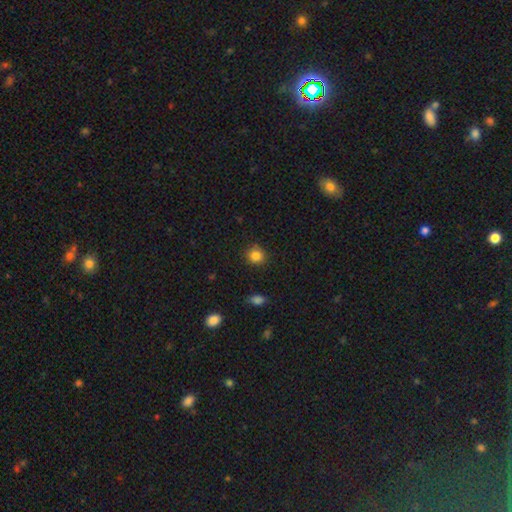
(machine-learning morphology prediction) This appears to be a smooth galaxy with no disk features (84%) that is round (89%). Merging: none (89%).